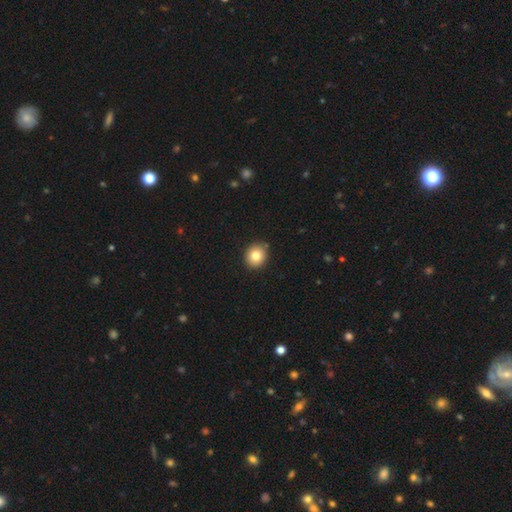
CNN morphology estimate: Q: Smooth or featured?
A: smooth (81%); runner-up: star or artifact (10%)
Q: How rounded?
A: round (82%); runner-up: in between (18%)
Q: Merging?
A: none (87%); runner-up: minor disturbance (9%)